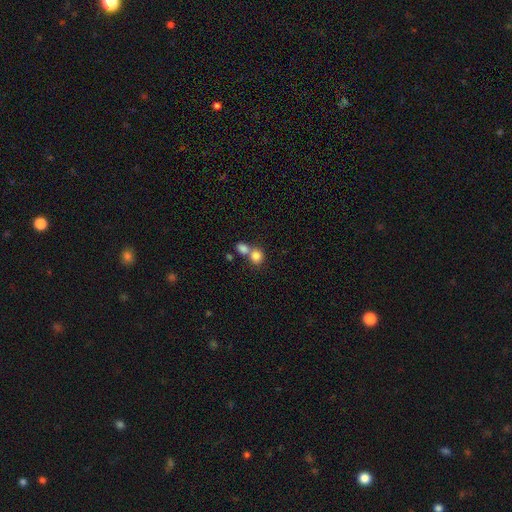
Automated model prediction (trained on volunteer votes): smooth 82%, star or artifact 10%, featured or disk 8%. Down the decision tree: how rounded — round (80%); merging — merger (50%).